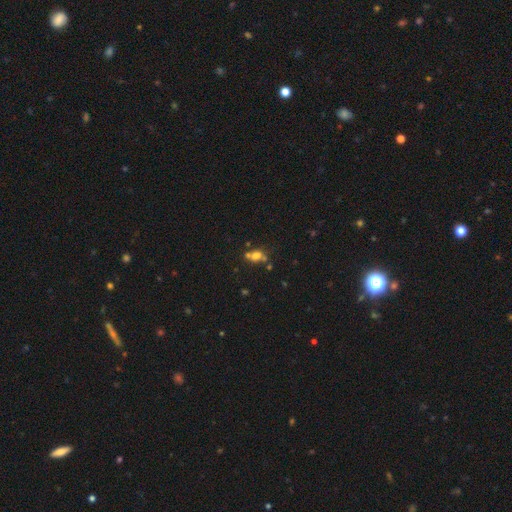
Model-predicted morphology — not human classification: smooth_or_featured: smooth (p=0.59) [alt: featured or disk p=0.21]
how_rounded: in between (p=0.57) [alt: round p=0.40]
merging: none (p=0.41) [alt: merger p=0.38]